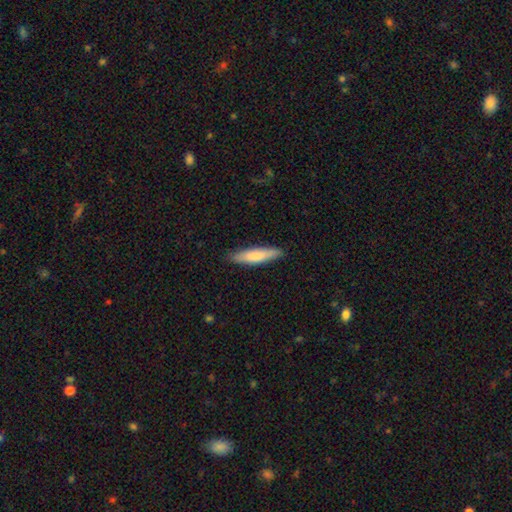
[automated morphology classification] smooth_or_featured: smooth (p=0.79) [alt: featured or disk p=0.16]
how_rounded: cigar-shaped (p=0.80) [alt: in between p=0.19]
merging: none (p=0.87) [alt: minor disturbance p=0.10]